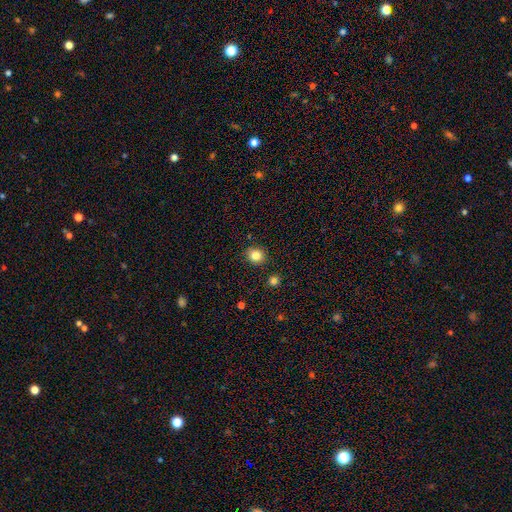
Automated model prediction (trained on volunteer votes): Morphology: type=smooth (83%); roundness=round (81%); merging=none (88%).